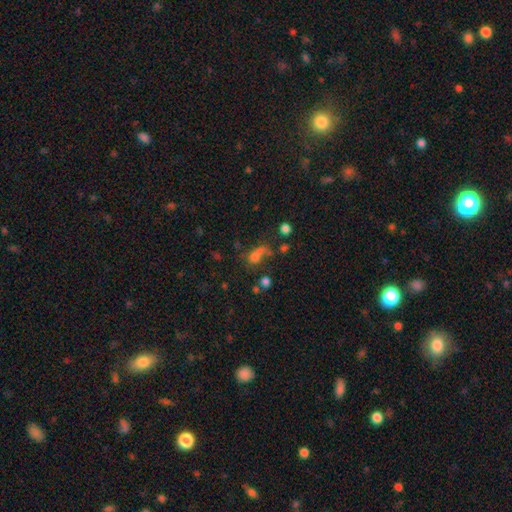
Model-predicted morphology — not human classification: Overall: smooth (51%; star or artifact 30%). How rounded: in between (48%; round 43%). Merging: none (38%; major disturbance 25%).